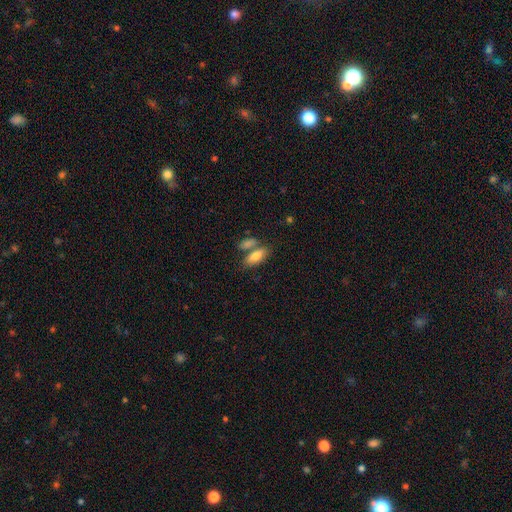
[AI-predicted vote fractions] The model was most divided on "merging": none: 52%, merger: 33%, minor disturbance: 11%, major disturbance: 4%. More confident: smooth or featured — smooth (77%); how rounded — in between (72%).